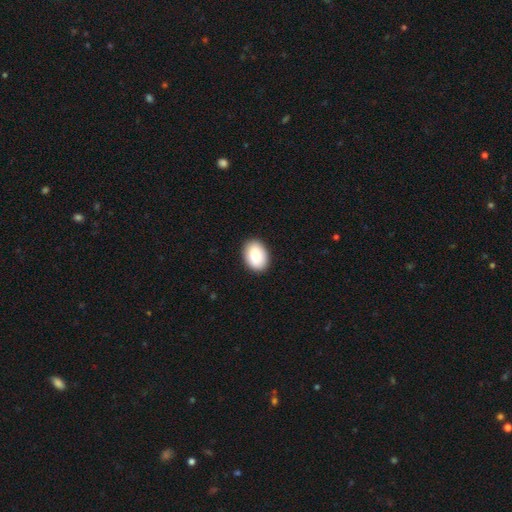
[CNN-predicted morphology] smooth 87%, featured or disk 7%, star or artifact 7%. Down the decision tree: how rounded — in between (82%); merging — none (90%).